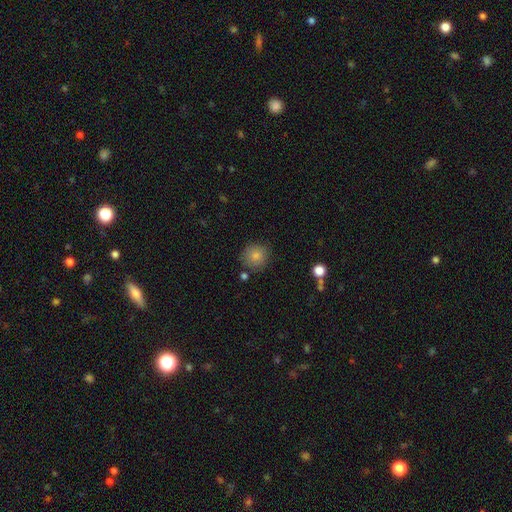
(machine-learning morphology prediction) Smooth or featured?
  - smooth: 82% *
  - star or artifact: 10%
  - featured or disk: 8%
How rounded?
  - round: 92% *
  - in between: 7%
  - cigar-shaped: 1%
Merging?
  - none: 81% *
  - minor disturbance: 11%
  - merger: 4%
  - major disturbance: 3%